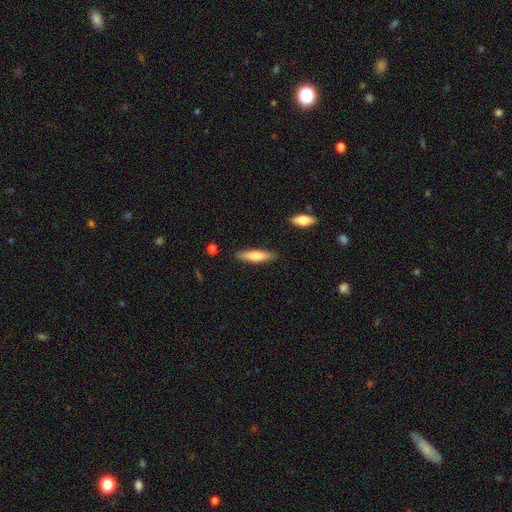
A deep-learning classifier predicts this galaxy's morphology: Smooth or featured: smooth — 72% (featured or disk — 23%)
How rounded: cigar-shaped — 74% (in between — 24%)
Merging: none — 86% (minor disturbance — 10%)